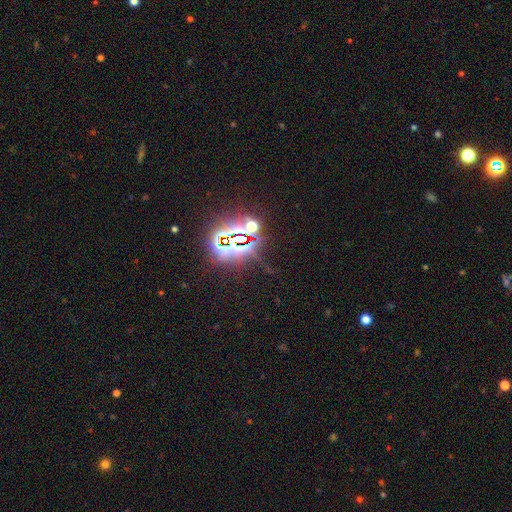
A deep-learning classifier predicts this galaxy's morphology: Smooth or featured? star or artifact (82%)